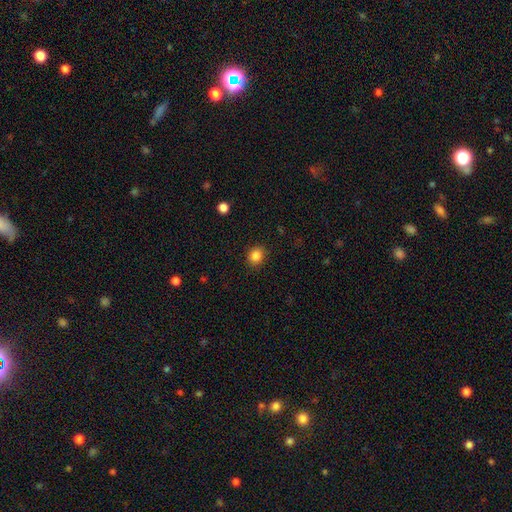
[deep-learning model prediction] Morphology: type=smooth (86%); roundness=round (73%); merging=none (88%).